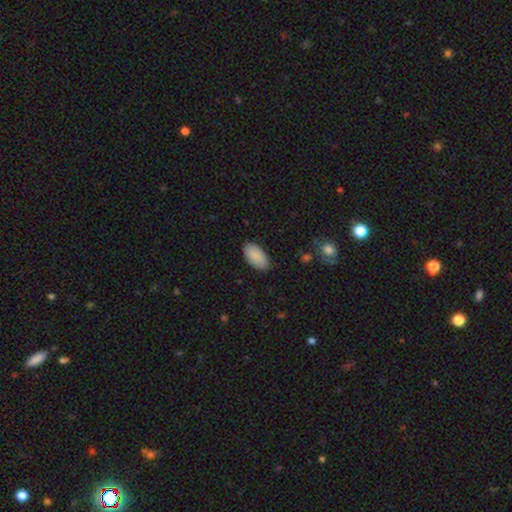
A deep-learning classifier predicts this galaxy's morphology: smooth 90%, star or artifact 6%, featured or disk 4%. Down the decision tree: how rounded — in between (95%); merging — none (87%).